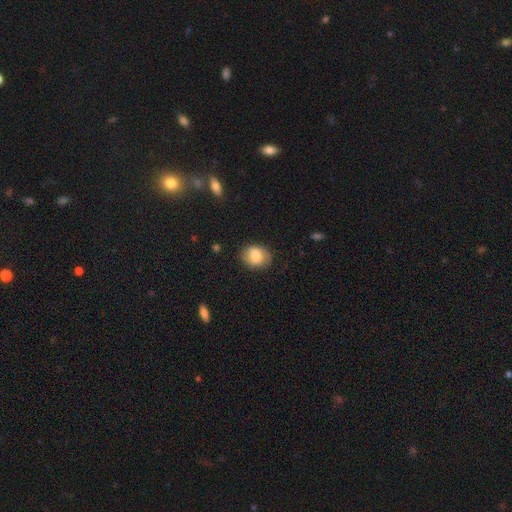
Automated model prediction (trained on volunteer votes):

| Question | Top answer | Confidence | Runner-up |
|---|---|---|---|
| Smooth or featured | smooth | 76% | featured or disk (16%) |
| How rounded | in between | 50% | round (49%) |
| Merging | none | 77% | minor disturbance (17%) |